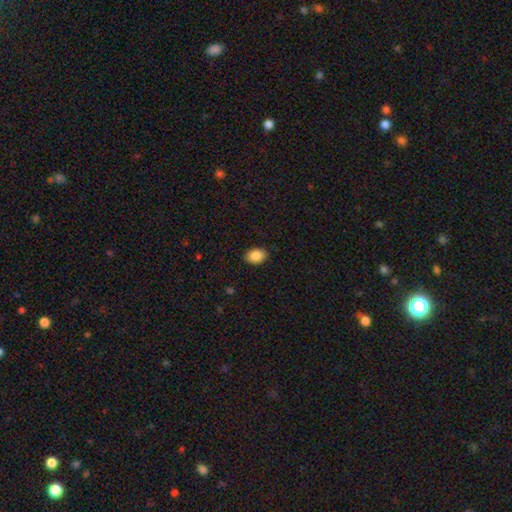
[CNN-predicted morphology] The model was most divided on "how rounded": in between: 80%, round: 19%, cigar-shaped: 1%. More confident: smooth or featured — smooth (88%); merging — none (88%).